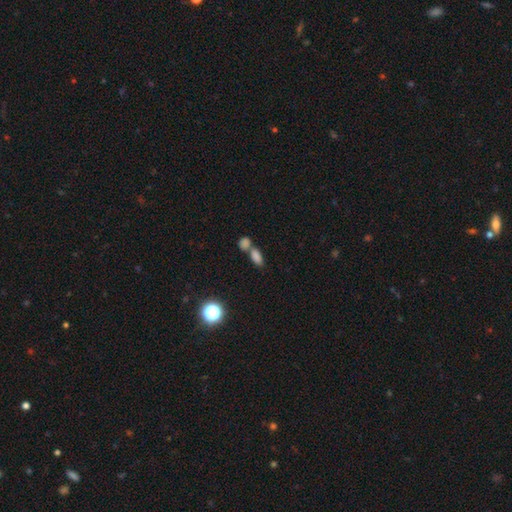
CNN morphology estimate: A smooth galaxy with no disk features (79%) that is in between round and cigar-shaped (84%).

Vote fractions:
- Smooth or featured? smooth: 79% / star or artifact: 13% / featured or disk: 8%
- How rounded? in between: 84% / round: 8% / cigar-shaped: 8%
- Merging? merger: 54% / none: 34% / minor disturbance: 8% / major disturbance: 4%